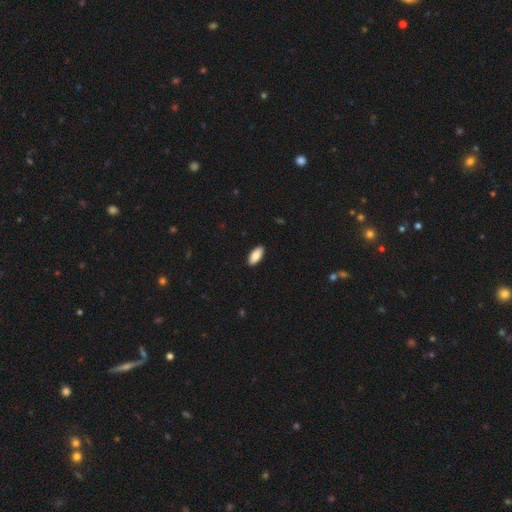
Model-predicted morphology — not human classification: smooth_or_featured: smooth (p=0.88) [alt: featured or disk p=0.06]
how_rounded: in between (p=0.88) [alt: cigar-shaped p=0.10]
merging: none (p=0.90) [alt: minor disturbance p=0.08]